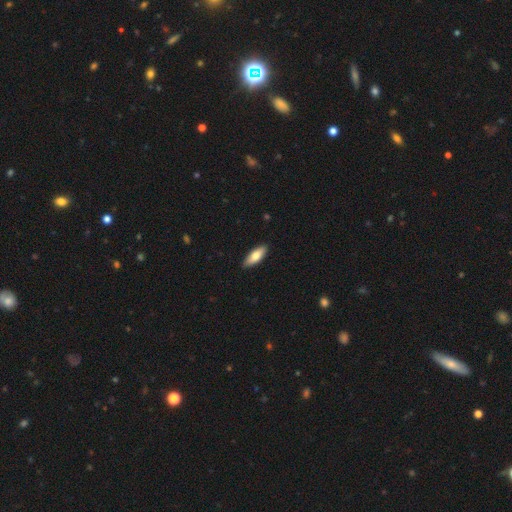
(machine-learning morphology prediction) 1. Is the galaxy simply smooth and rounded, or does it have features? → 73% smooth, 22% featured or disk, 6% star or artifact.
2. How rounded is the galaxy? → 68% in between, 30% cigar-shaped, 2% round.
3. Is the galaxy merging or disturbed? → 89% none, 8% minor disturbance, 2% major disturbance, 1% merger.